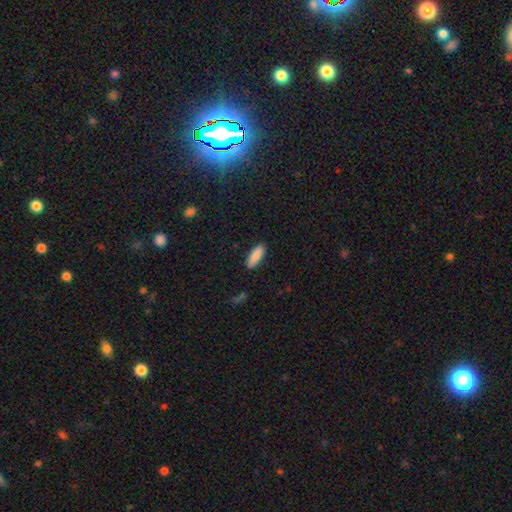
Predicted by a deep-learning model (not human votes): smooth 88%, star or artifact 6%, featured or disk 6%. Down the decision tree: how rounded — in between (61%); merging — none (88%).